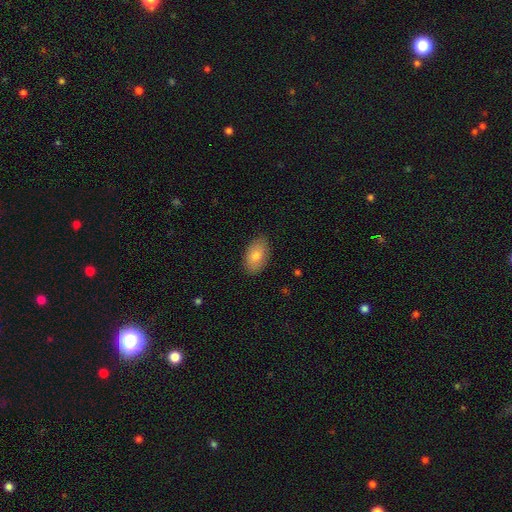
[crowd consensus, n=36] A smooth galaxy with no disk features (86%) that is in between round and cigar-shaped (90%). Merging: none (86%).